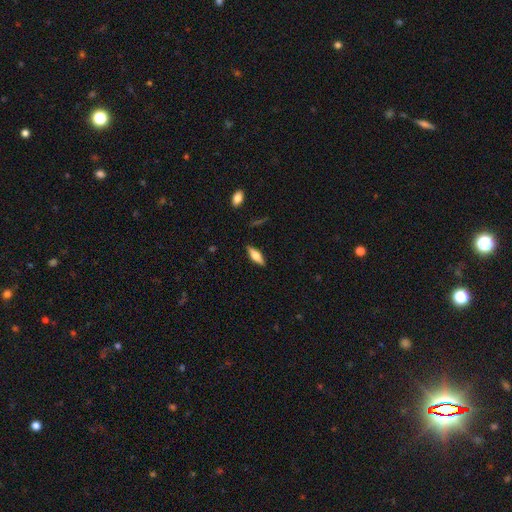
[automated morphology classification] Q: Smooth or featured?
A: smooth (50%); runner-up: featured or disk (43%)
Q: How rounded?
A: in between (52%); runner-up: cigar-shaped (45%)
Q: Merging?
A: none (87%); runner-up: minor disturbance (9%)